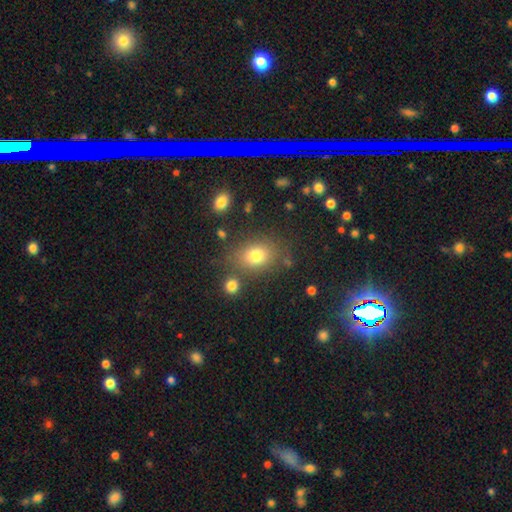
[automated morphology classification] type=smooth (77%); roundness=in between (61%); merging=none (75%).